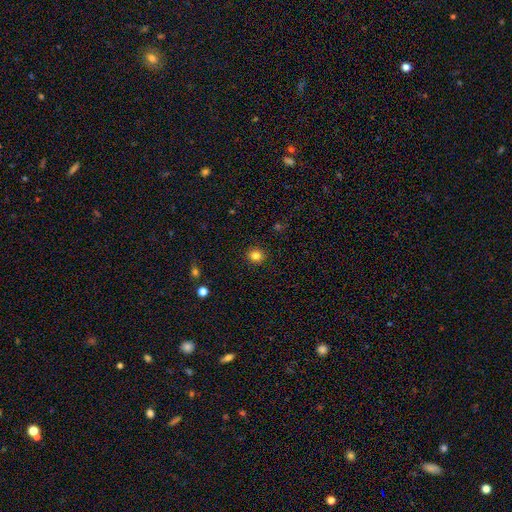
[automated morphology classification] Smooth or featured? smooth (83%)
How rounded? round (83%)
Merging? none (92%)